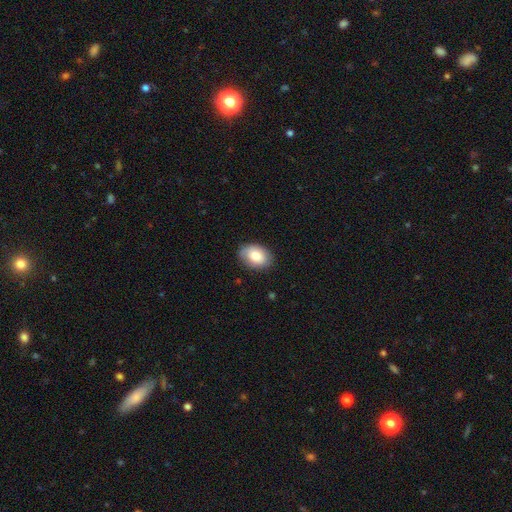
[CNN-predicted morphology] Q: Smooth or featured?
A: smooth (81%); runner-up: featured or disk (12%)
Q: How rounded?
A: in between (82%); runner-up: round (17%)
Q: Merging?
A: none (82%); runner-up: minor disturbance (14%)